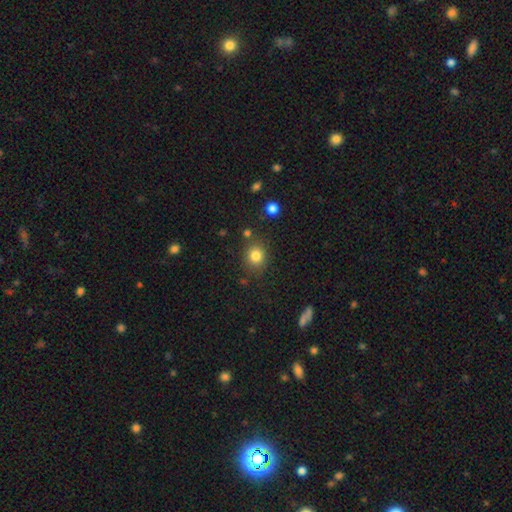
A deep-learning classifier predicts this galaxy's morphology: A smooth galaxy with no disk features (82%) that is round (75%). Merging: none (81%).